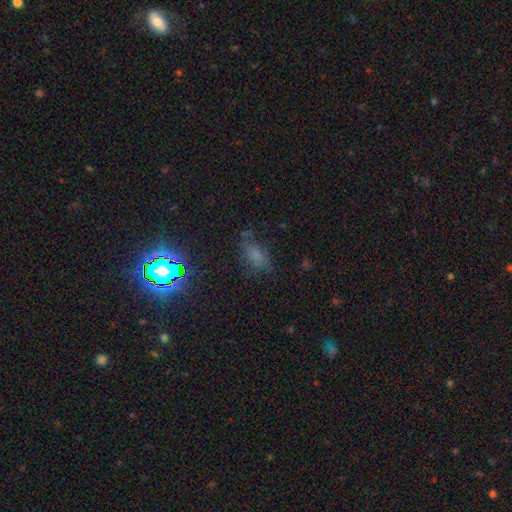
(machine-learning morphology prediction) Q: Smooth or featured?
A: smooth (55%); runner-up: star or artifact (29%)
Q: How rounded?
A: in between (82%); runner-up: cigar-shaped (10%)
Q: Merging?
A: none (58%); runner-up: minor disturbance (25%)